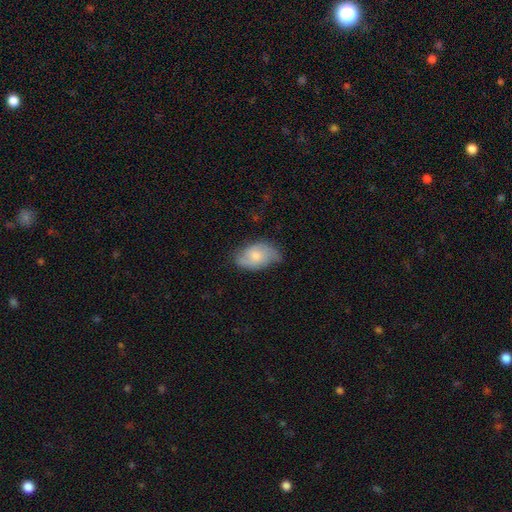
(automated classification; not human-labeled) A smooth galaxy with no disk features (47%). Merging: none (63%).